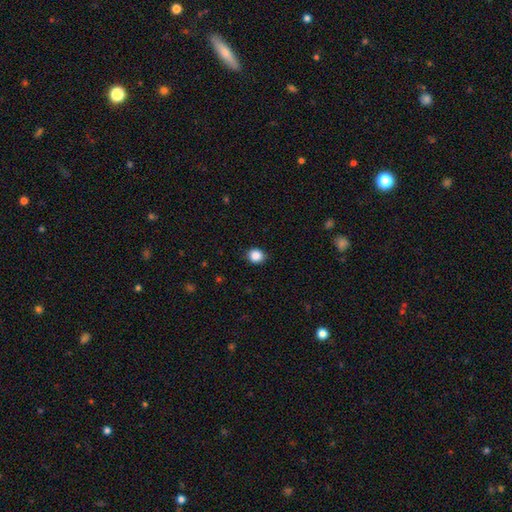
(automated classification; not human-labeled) A smooth galaxy with no disk features (87%) that is round (75%).

Vote fractions:
- Smooth or featured? smooth: 87% / star or artifact: 10% / featured or disk: 3%
- How rounded? round: 75% / in between: 24% / cigar-shaped: 1%
- Merging? none: 88% / minor disturbance: 8% / major disturbance: 2% / merger: 1%